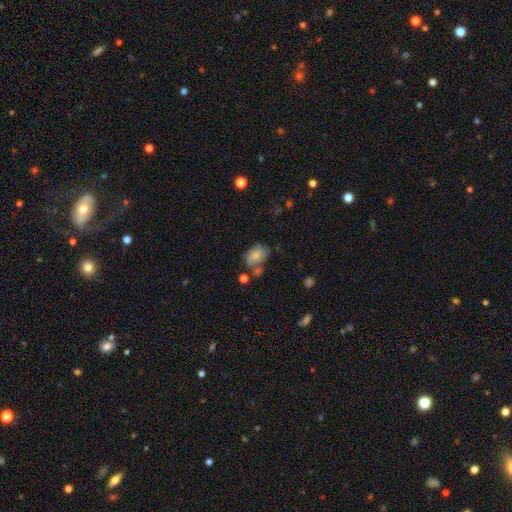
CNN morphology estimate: A smooth galaxy with no disk features (73%) that is in between round and cigar-shaped (71%). Merging: none (46%).